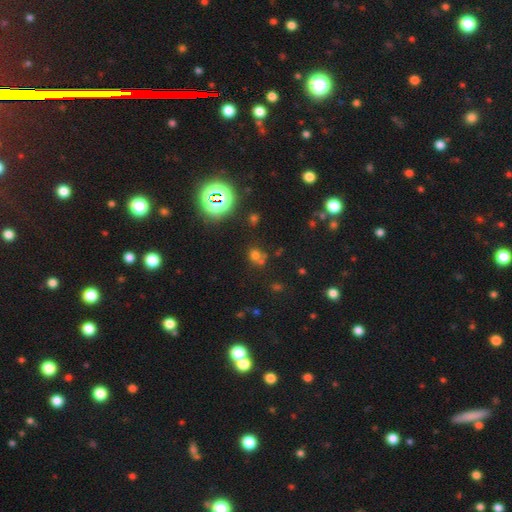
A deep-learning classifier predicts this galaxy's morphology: smooth 54%, star or artifact 35%, featured or disk 11%. Down the decision tree: how rounded — round (77%); merging — none (54%).